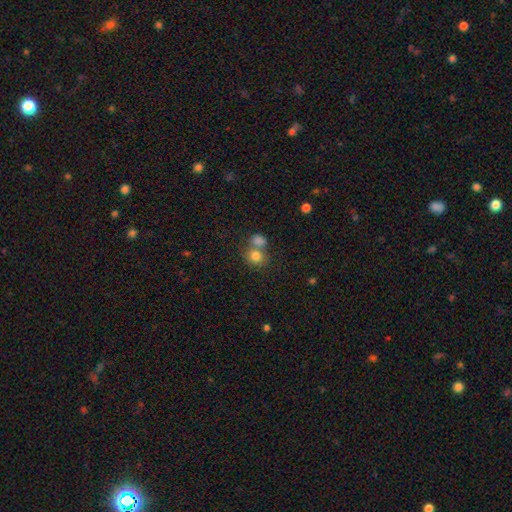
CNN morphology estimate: Q: Smooth or featured?
A: smooth (80%); runner-up: star or artifact (11%)
Q: How rounded?
A: round (70%); runner-up: in between (29%)
Q: Merging?
A: merger (44%); runner-up: none (43%)